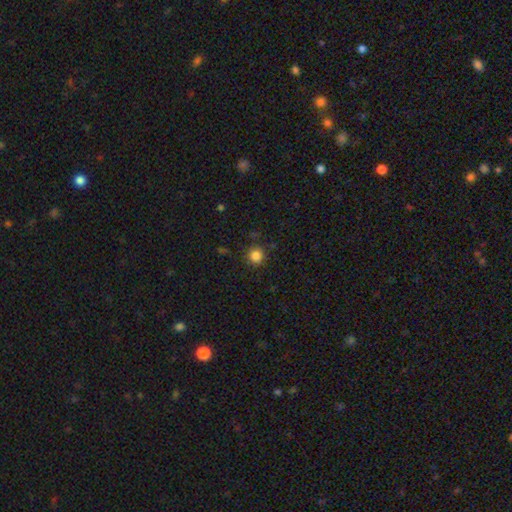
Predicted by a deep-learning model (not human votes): Smooth or featured? smooth (84%)
How rounded? round (92%)
Merging? none (86%)